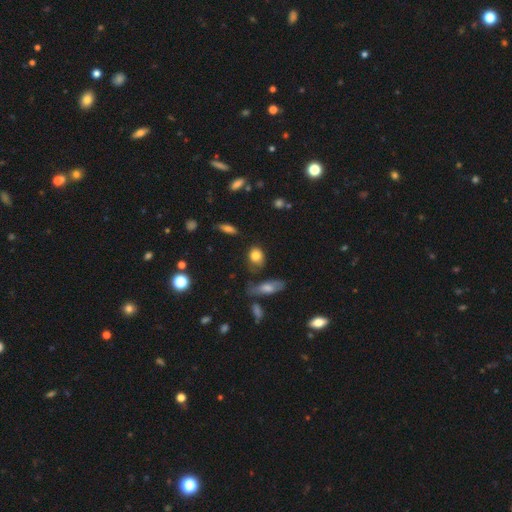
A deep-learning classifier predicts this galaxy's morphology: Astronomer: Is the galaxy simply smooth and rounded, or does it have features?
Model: smooth — 81%.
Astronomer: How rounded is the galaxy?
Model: in between — 54% (runner-up: round, 43%).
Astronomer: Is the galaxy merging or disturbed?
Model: none — 65%.